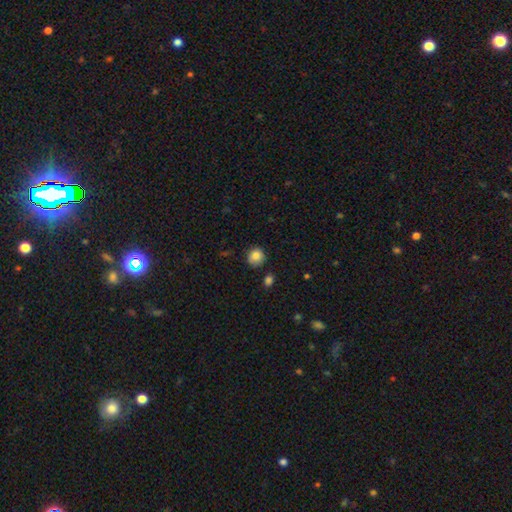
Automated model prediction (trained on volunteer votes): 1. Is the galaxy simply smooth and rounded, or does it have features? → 84% smooth, 9% star or artifact, 7% featured or disk.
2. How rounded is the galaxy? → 87% round, 12% in between, 1% cigar-shaped.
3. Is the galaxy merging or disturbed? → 83% none, 13% minor disturbance, 2% merger, 2% major disturbance.